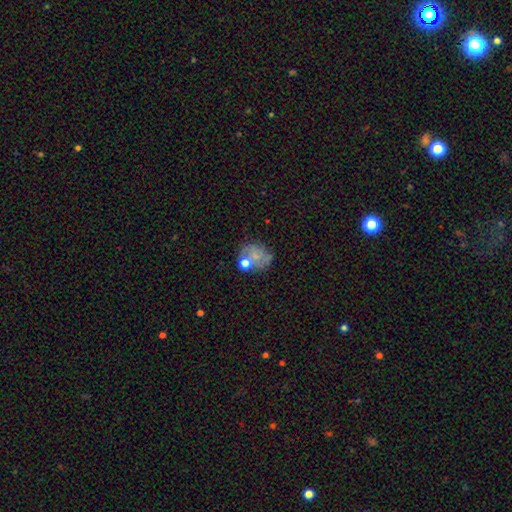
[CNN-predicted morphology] smooth 49%, featured or disk 39%, star or artifact 12%. Down the decision tree: merging — none (44%).